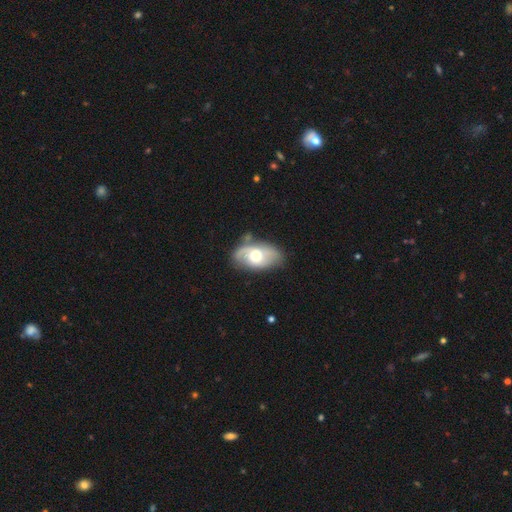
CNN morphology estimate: smooth_or_featured: featured or disk (p=0.54) [alt: smooth p=0.40]
disk_edge_on: no (p=0.91) [alt: yes p=0.09]
merging: none (p=0.61) [alt: minor disturbance p=0.25]